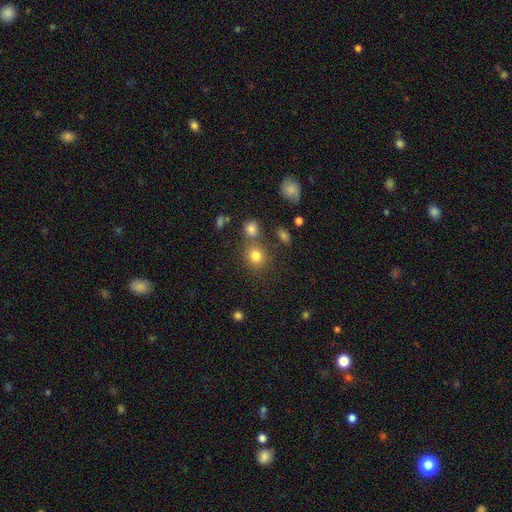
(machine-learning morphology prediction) A smooth galaxy with no disk features (80%) that is round (77%).

Vote fractions:
- Smooth or featured? smooth: 80% / star or artifact: 13% / featured or disk: 7%
- How rounded? round: 77% / in between: 22% / cigar-shaped: 1%
- Merging? none: 68% / merger: 17% / minor disturbance: 11% / major disturbance: 4%